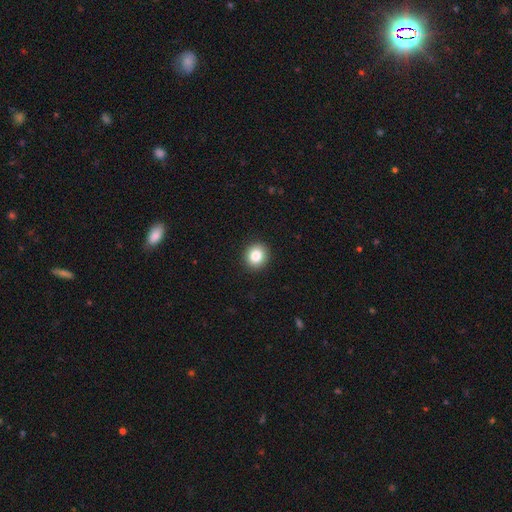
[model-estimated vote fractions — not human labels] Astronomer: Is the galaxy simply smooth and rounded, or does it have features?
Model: smooth — 85%.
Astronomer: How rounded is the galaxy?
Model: round — 86%.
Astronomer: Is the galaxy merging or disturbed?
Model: none — 92%.